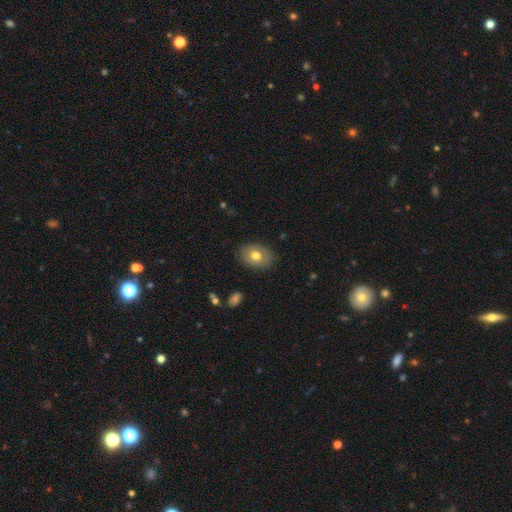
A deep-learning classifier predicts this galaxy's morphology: Smooth or featured: smooth — 69% (featured or disk — 24%)
How rounded: in between — 75% (round — 24%)
Merging: none — 84% (minor disturbance — 12%)